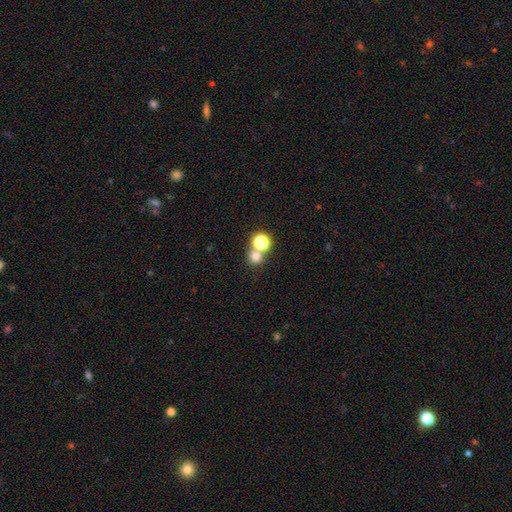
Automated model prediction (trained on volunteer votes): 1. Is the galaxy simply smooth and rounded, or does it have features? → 73% smooth, 19% star or artifact, 8% featured or disk.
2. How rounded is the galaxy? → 88% round, 11% in between, 1% cigar-shaped.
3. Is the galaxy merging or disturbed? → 56% none, 36% merger, 6% minor disturbance, 3% major disturbance.